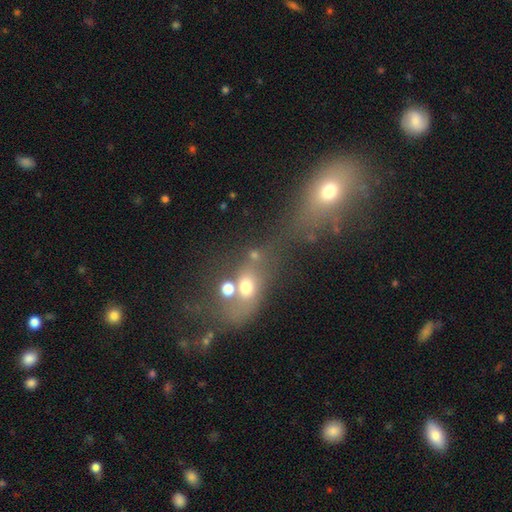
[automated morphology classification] Smooth or featured?
  - smooth: 56% *
  - featured or disk: 24%
  - star or artifact: 21%
How rounded?
  - in between: 52% *
  - round: 41%
  - cigar-shaped: 7%
Merging?
  - merger: 50% *
  - none: 28%
  - major disturbance: 13%
  - minor disturbance: 10%